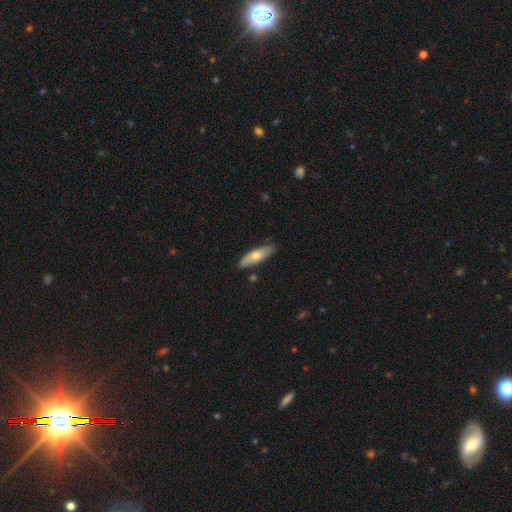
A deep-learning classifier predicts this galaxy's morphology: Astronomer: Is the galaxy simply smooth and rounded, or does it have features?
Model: smooth — 59% (runner-up: featured or disk, 35%).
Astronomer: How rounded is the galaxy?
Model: in between — 52% (runner-up: cigar-shaped, 45%).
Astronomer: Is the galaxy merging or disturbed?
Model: none — 84%.